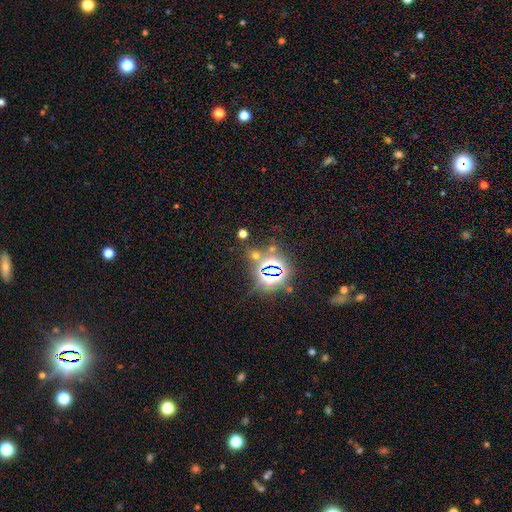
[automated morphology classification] Smooth or featured?
  - star or artifact: 65% *
  - smooth: 28%
  - featured or disk: 8%